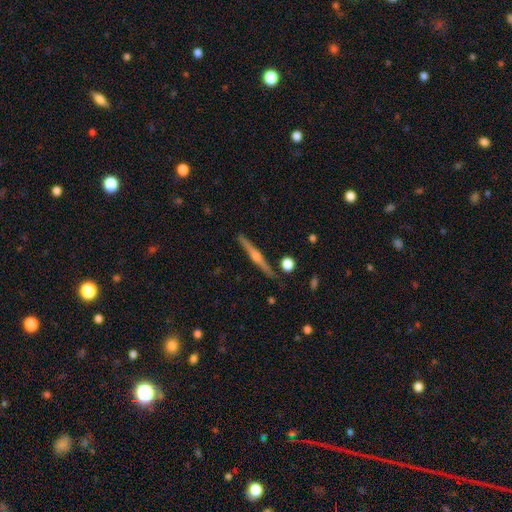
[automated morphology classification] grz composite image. It shows a featured or disk galaxy (77%) viewed edge-on (98%) with a rounded central bulge (84%). Merging: none (90%).